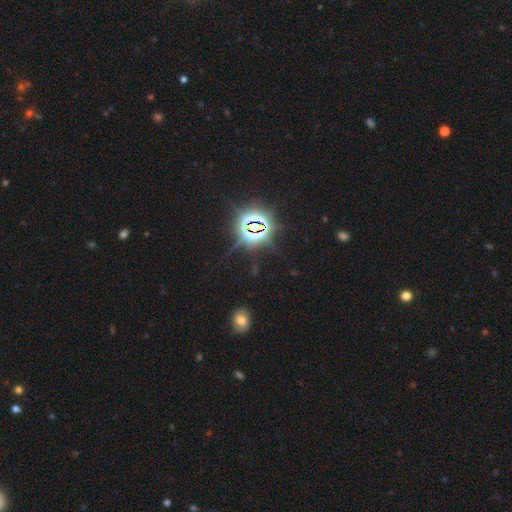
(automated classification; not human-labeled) Smooth or featured? Predicted: star or artifact (p=0.79).